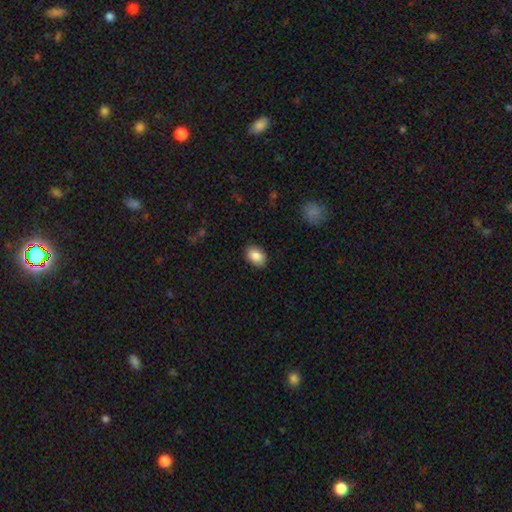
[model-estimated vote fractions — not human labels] A smooth galaxy with no disk features (87%) that is in between round and cigar-shaped (79%). Merging: none (88%).